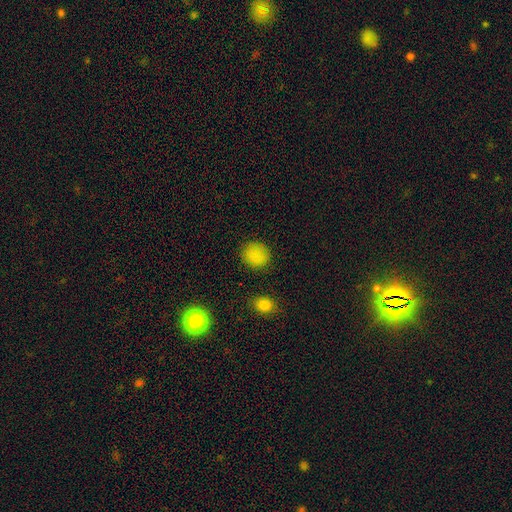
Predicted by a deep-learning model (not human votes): Morphology: type=smooth (85%); roundness=round (83%); merging=none (88%).